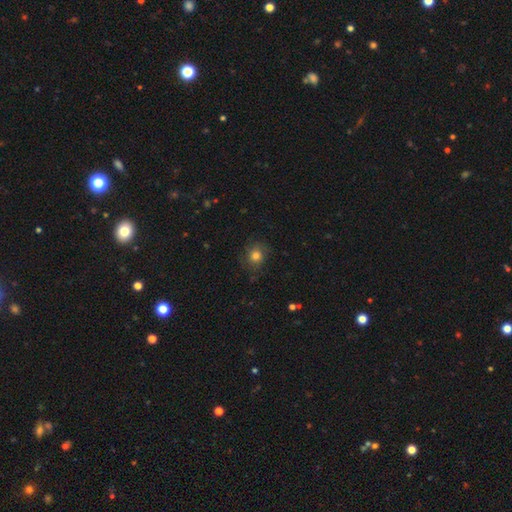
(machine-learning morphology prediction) Smooth or featured? Predicted: smooth (p=0.74). How rounded? Predicted: round (p=0.78). Merging? Predicted: none (p=0.74).